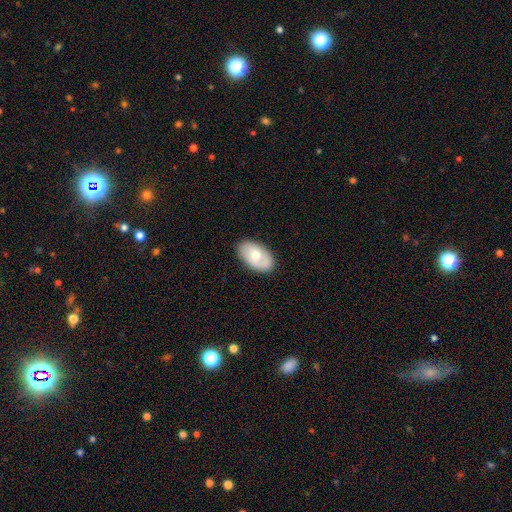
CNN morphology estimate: This appears to be a smooth galaxy with no disk features (63%) that is in between round and cigar-shaped (93%). Merging: none (83%).